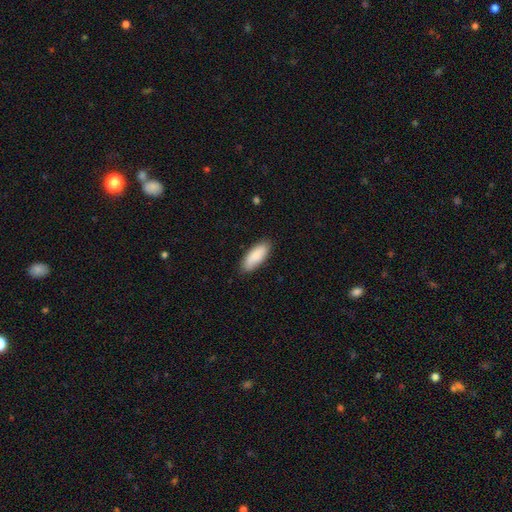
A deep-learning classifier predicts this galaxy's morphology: A smooth galaxy with no disk features (86%) that is in between round and cigar-shaped (76%). Merging: none (84%).